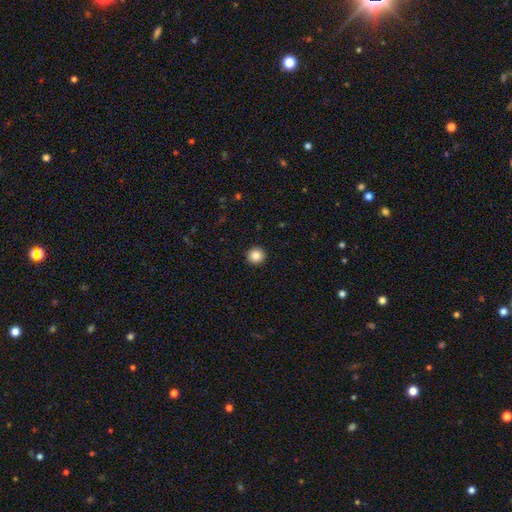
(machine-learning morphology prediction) Q: Smooth or featured?
A: smooth (86%); runner-up: star or artifact (10%)
Q: How rounded?
A: round (95%); runner-up: in between (4%)
Q: Merging?
A: none (93%); runner-up: minor disturbance (4%)